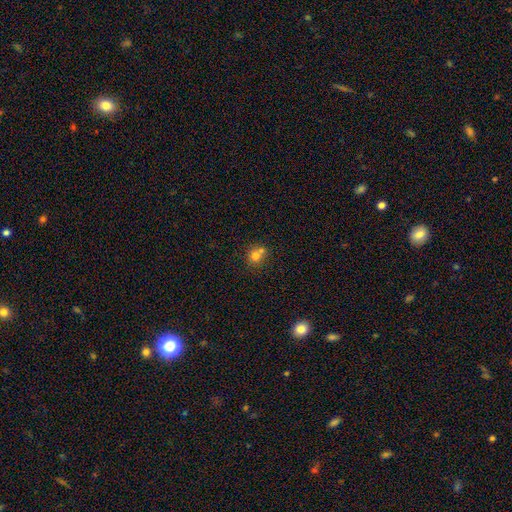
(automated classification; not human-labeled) smooth 73%, featured or disk 14%, star or artifact 13%. Down the decision tree: how rounded — round (84%); merging — merger (45%).